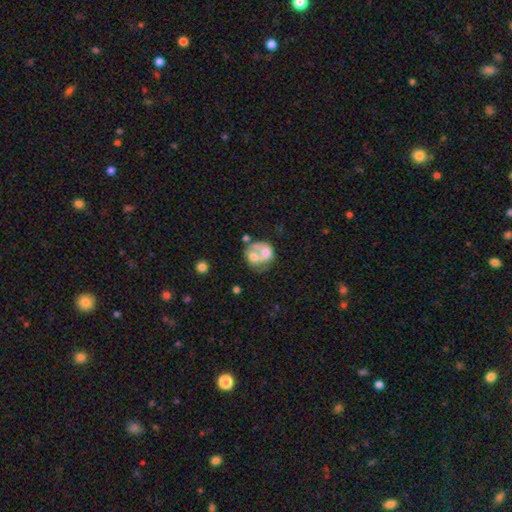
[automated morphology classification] smooth_or_featured: smooth (p=0.47) [alt: featured or disk p=0.44]
merging: merger (p=0.59) [alt: none p=0.19]